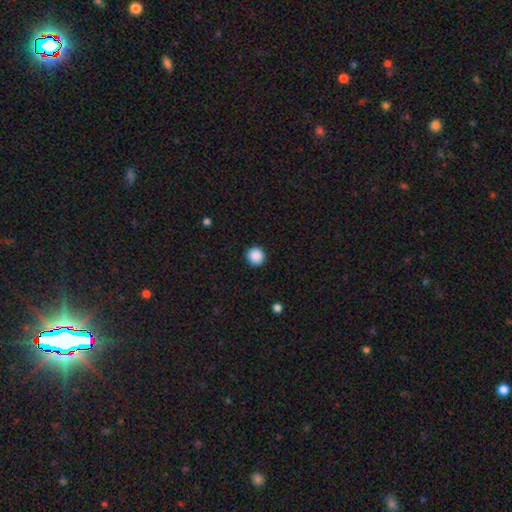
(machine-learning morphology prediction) This appears to be a smooth galaxy with no disk features (88%) that is round (94%). Merging: none (92%).